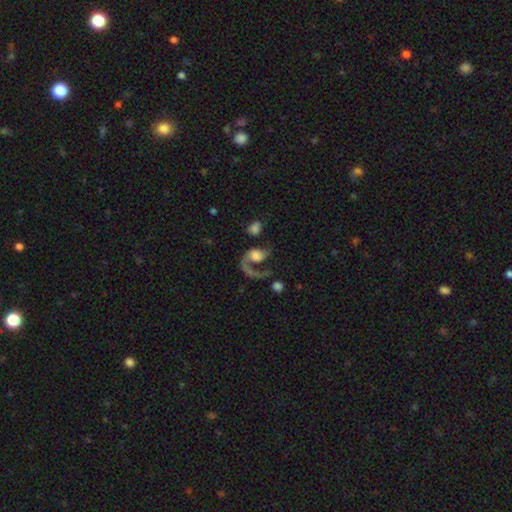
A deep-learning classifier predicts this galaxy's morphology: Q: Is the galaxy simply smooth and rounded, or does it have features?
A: featured or disk — 74%.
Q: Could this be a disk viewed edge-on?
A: no — 98%.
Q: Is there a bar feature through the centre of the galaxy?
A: no — 69%.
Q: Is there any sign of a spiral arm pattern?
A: yes — 89%.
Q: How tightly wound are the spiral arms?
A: loose — 60%.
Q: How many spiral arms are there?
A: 1 — 82%.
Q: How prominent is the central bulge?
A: moderate — 38%.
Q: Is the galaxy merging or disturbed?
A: major disturbance — 46%.